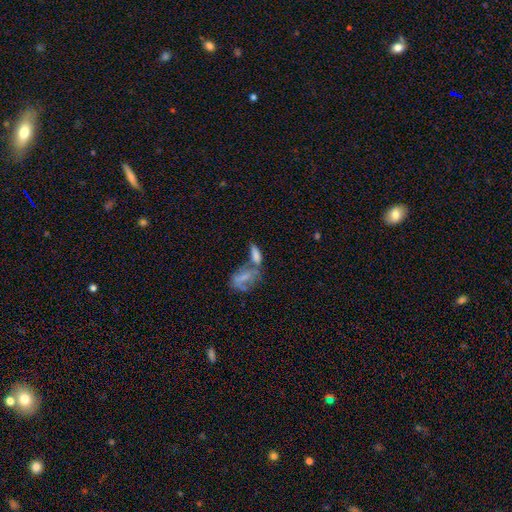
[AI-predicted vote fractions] Smooth or featured? Predicted: smooth (p=0.65). How rounded? Predicted: in between (p=0.75). Merging? Predicted: merger (p=0.58).